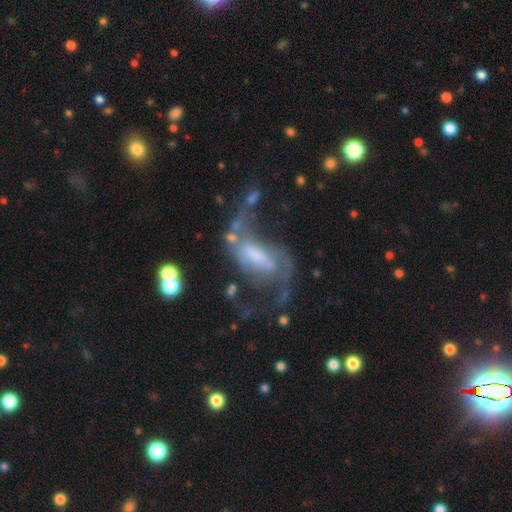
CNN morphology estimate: Smooth or featured: featured or disk — 80% (smooth — 12%)
Edge-on disk: no — 95% (yes — 5%)
Bar: weak — 42% (strong — 35%)
Spiral arms: yes — 91% (no — 9%)
Spiral winding: loose — 61% (medium — 31%)
Spiral arm count: 2 — 84% (can't tell — 6%)
Bulge size: small — 32% (moderate — 31%)
Merging: none — 41% (major disturbance — 31%)